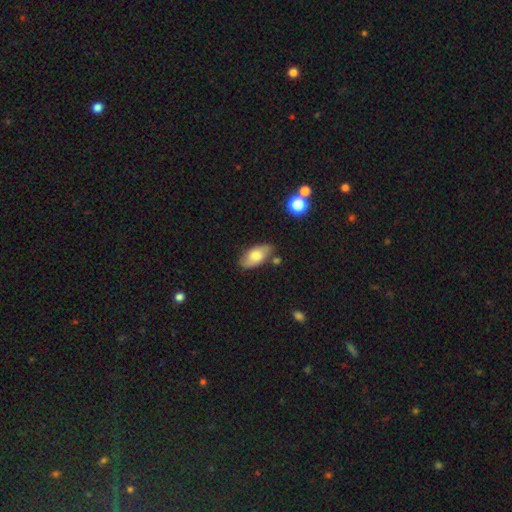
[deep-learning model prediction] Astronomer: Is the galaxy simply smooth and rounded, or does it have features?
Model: smooth — 70%.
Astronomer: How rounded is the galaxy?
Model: in between — 92%.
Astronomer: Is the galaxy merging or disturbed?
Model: none — 75%.